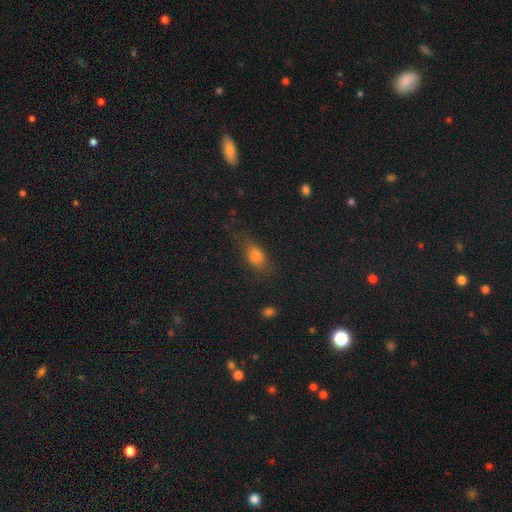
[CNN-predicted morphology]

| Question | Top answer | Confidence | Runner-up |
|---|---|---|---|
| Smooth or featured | smooth | 71% | star or artifact (16%) |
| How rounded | in between | 72% | cigar-shaped (16%) |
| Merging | none | 65% | minor disturbance (22%) |